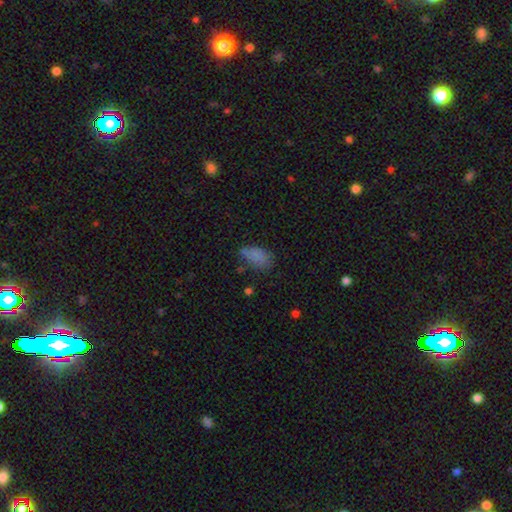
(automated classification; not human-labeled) A smooth galaxy with no disk features (80%) that is in between round and cigar-shaped (91%). Merging: none (54%).